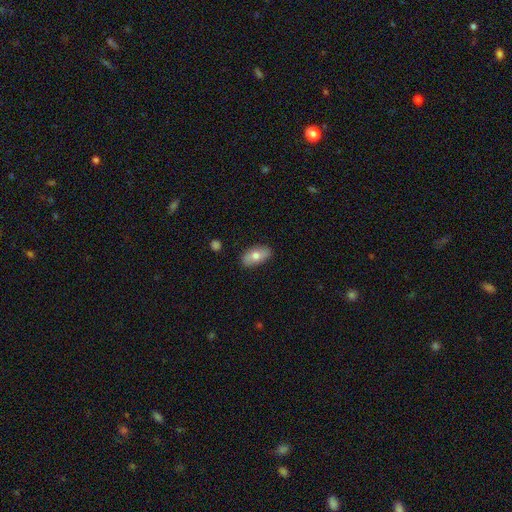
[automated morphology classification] smooth 71%, featured or disk 23%, star or artifact 7%. Down the decision tree: how rounded — in between (91%); merging — none (84%).